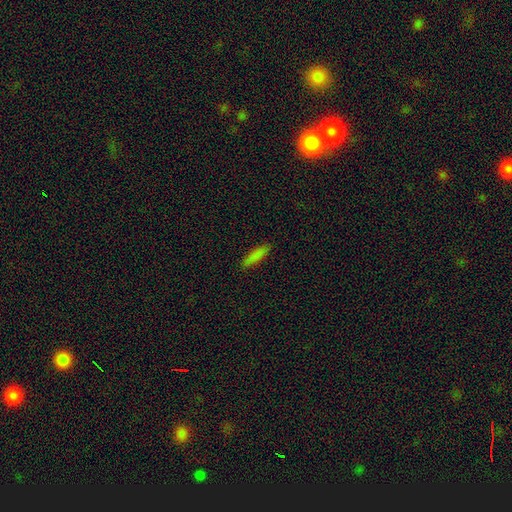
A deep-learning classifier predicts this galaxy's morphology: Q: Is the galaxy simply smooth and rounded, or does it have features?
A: smooth — 83%.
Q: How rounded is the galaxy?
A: cigar-shaped — 66%.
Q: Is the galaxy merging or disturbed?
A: none — 87%.